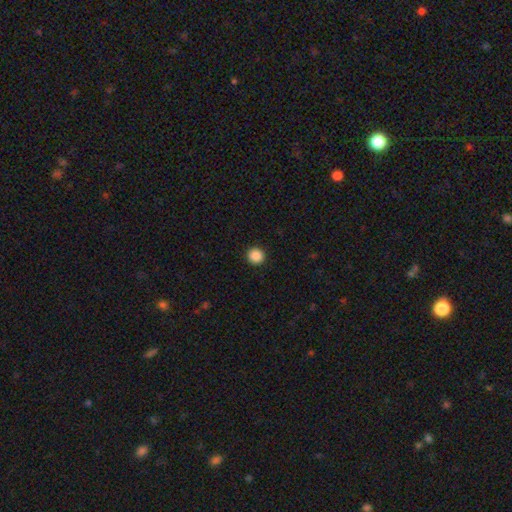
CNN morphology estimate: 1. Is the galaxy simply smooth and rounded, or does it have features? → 88% smooth, 9% star or artifact, 2% featured or disk.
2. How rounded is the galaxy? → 93% round, 6% in between, 1% cigar-shaped.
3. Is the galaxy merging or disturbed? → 93% none, 4% minor disturbance, 2% major disturbance, 1% merger.